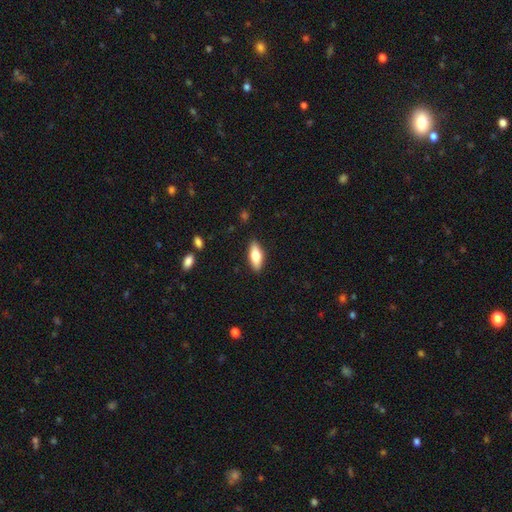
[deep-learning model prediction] Smooth or featured? smooth (69%)
How rounded? in between (73%)
Merging? none (88%)